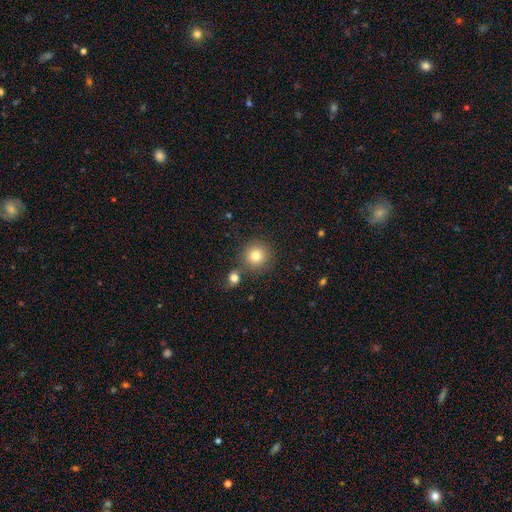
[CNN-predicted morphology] smooth-or-featured: smooth: 80% | star or artifact: 11% | featured or disk: 8%
  how-rounded: round: 94% | in between: 5% | cigar-shaped: 1%
  merging: none: 79% | merger: 10% | minor disturbance: 8% | major disturbance: 3%